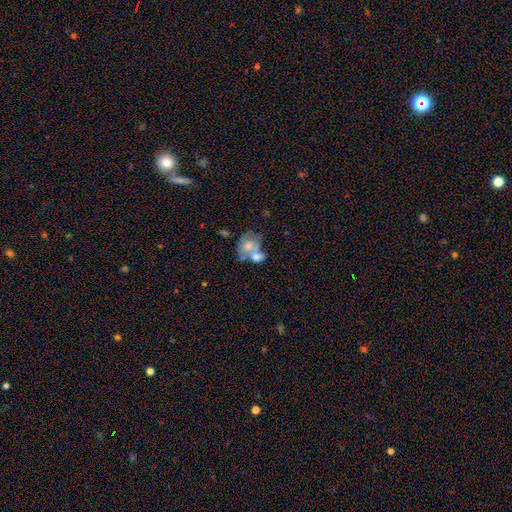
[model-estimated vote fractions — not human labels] A smooth galaxy with no disk features (57%) that is in between round and cigar-shaped (63%). Merging: merger (61%).